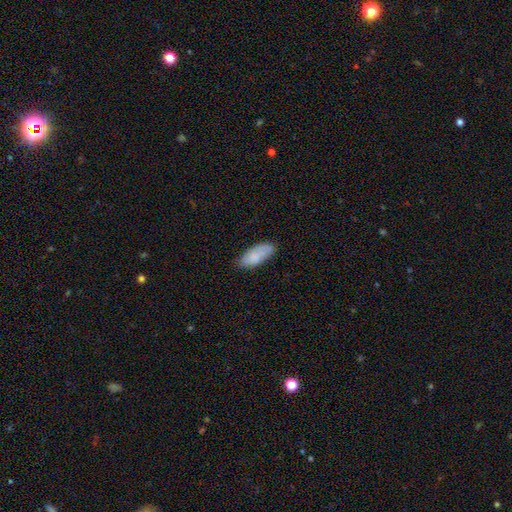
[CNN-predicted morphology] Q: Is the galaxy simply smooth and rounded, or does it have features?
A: smooth — 81%.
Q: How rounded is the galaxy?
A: in between — 82%.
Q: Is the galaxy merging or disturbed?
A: none — 72%.